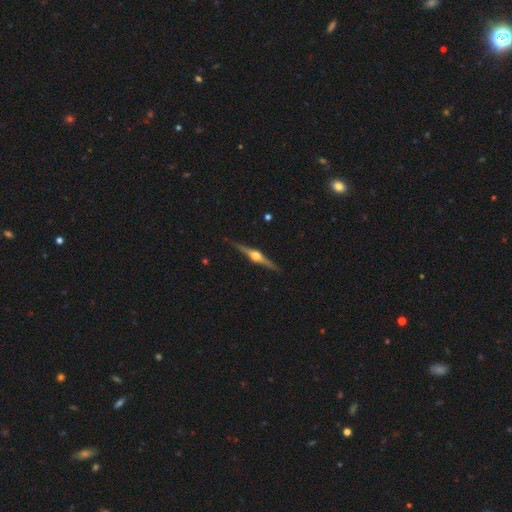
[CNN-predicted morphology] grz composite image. It shows a featured or disk galaxy (84%) viewed edge-on (98%) with a rounded central bulge (95%). Merging: none (90%).